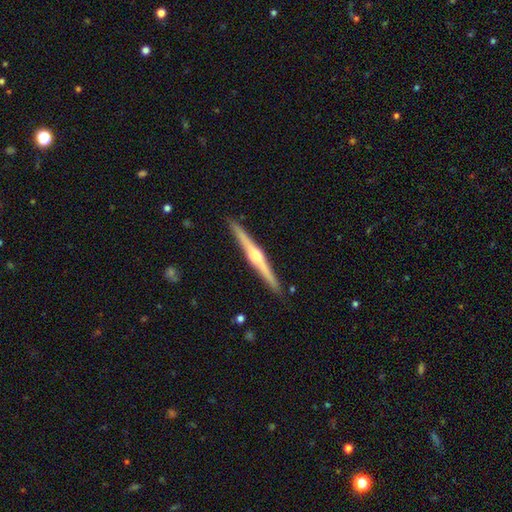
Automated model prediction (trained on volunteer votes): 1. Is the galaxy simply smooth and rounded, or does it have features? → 80% featured or disk, 15% smooth, 5% star or artifact.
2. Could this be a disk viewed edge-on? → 99% yes, 1% no.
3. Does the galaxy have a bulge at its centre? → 91% rounded, 5% none, 5% boxy.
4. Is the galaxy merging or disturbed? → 92% none, 6% minor disturbance, 1% major disturbance, 1% merger.